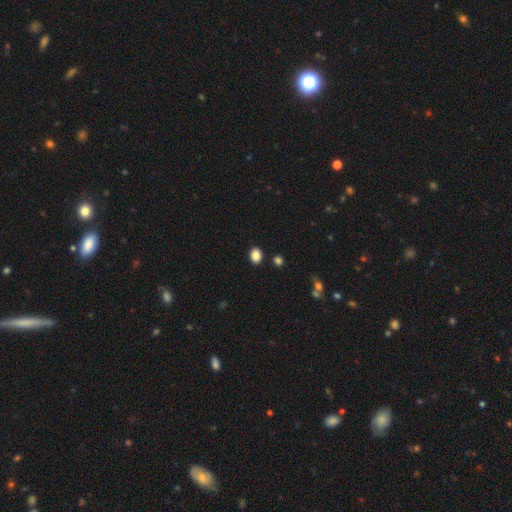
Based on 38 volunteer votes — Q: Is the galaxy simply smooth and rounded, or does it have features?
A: smooth — 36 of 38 (95%).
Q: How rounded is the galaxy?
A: in between — 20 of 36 (56%).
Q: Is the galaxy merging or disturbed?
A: none — 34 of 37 (92%).